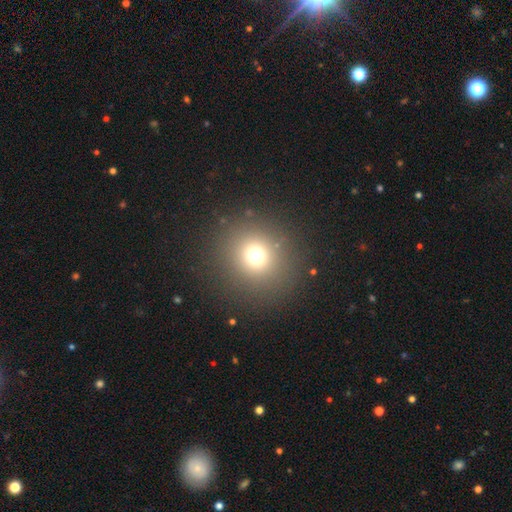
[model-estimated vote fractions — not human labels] A smooth galaxy with no disk features (69%) that is round (90%).

Vote fractions:
- Smooth or featured? smooth: 69% / star or artifact: 22% / featured or disk: 9%
- How rounded? round: 90% / in between: 9% / cigar-shaped: 1%
- Merging? none: 87% / minor disturbance: 6% / major disturbance: 5% / merger: 2%